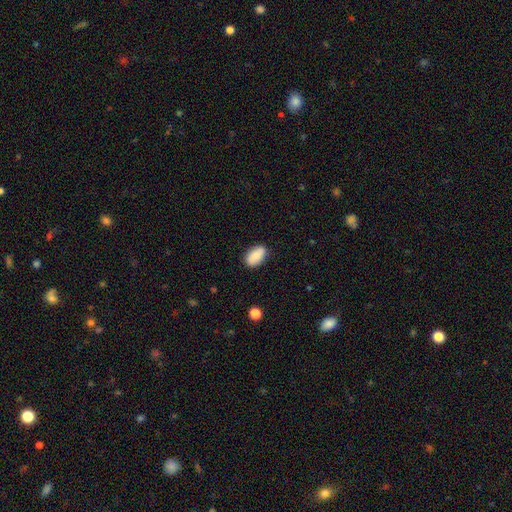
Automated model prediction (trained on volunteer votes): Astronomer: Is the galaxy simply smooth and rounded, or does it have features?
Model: smooth — 83%.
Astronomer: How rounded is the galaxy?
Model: in between — 92%.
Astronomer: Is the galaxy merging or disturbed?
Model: none — 83%.